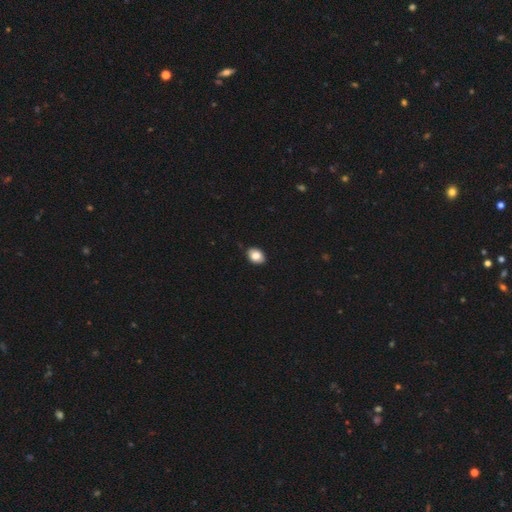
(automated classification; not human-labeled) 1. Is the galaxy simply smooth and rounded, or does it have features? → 83% smooth, 9% featured or disk, 8% star or artifact.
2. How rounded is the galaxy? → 69% in between, 30% round, 1% cigar-shaped.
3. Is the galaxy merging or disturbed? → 88% none, 10% minor disturbance, 2% major disturbance, 1% merger.